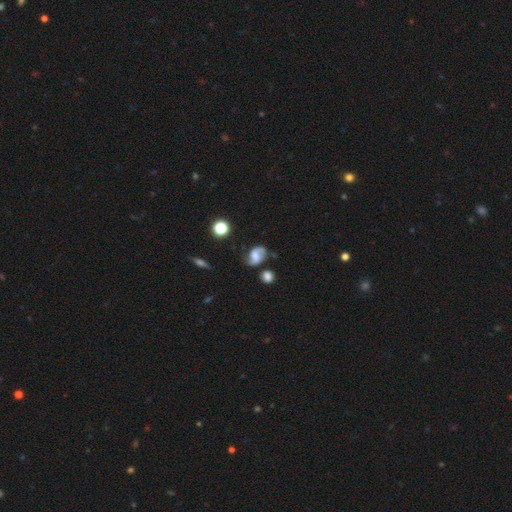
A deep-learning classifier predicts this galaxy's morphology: A featured or disk galaxy (62%) with a weak bar (44%), 2 (86%) loose (43%) spiral arms (90%) and no central bulge (32%).

Vote fractions:
- Smooth or featured? featured or disk: 62% / smooth: 28% / star or artifact: 10%
- Edge-on disk? no: 96% / yes: 4%
- Bar? weak: 44% / no: 38% / strong: 18%
- Spiral arms? yes: 90% / no: 10%
- Spiral winding? loose: 43% / medium: 41% / tight: 16%
- Spiral arm count? 2: 86% / can't tell: 6% / 1: 5% / 3: 1% / 4: 1% / more than 4: 1%
- Bulge size? none: 32% / moderate: 26% / small: 24% / large: 14% / dominant: 3%
- Merging? none: 61% / minor disturbance: 21% / major disturbance: 9% / merger: 8%